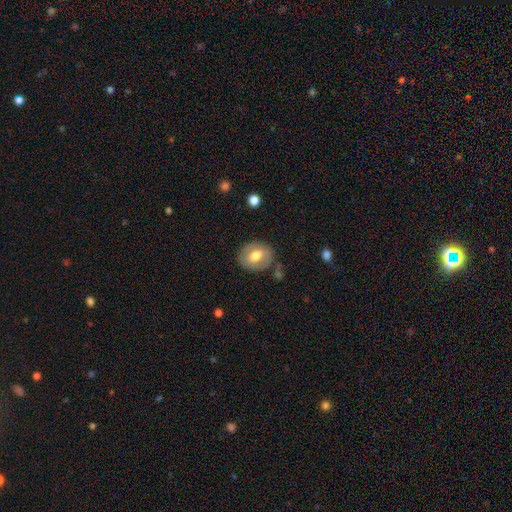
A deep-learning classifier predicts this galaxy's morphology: smooth_or_featured: smooth (p=0.54) [alt: featured or disk p=0.39]
how_rounded: round (p=0.51) [alt: in between p=0.48]
merging: none (p=0.79) [alt: minor disturbance p=0.14]